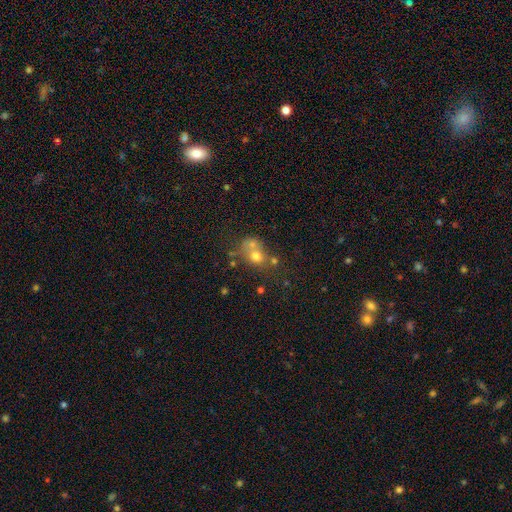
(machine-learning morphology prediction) The model was most divided on "merging": merger: 45%, none: 38%, minor disturbance: 10%, major disturbance: 7%. More confident: how rounded — round (73%); smooth or featured — smooth (58%).